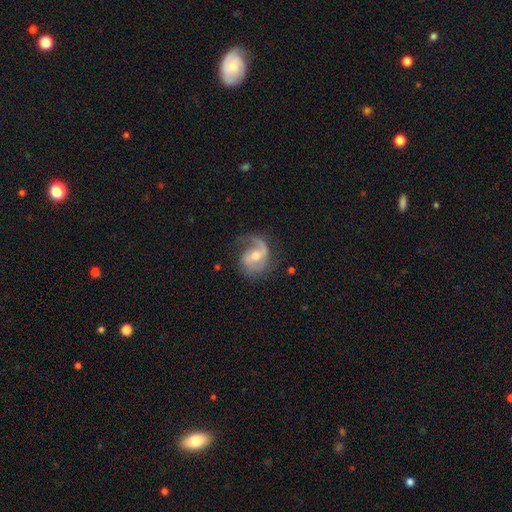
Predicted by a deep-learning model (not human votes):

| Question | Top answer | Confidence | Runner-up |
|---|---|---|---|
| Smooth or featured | featured or disk | 83% | smooth (11%) |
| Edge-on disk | no | 98% | yes (2%) |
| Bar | weak | 44% | no (41%) |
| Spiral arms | yes | 94% | no (6%) |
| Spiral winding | medium | 48% | loose (31%) |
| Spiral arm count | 2 | 61% | 1 (31%) |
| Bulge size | moderate | 66% | small (28%) |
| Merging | none | 61% | minor disturbance (22%) |